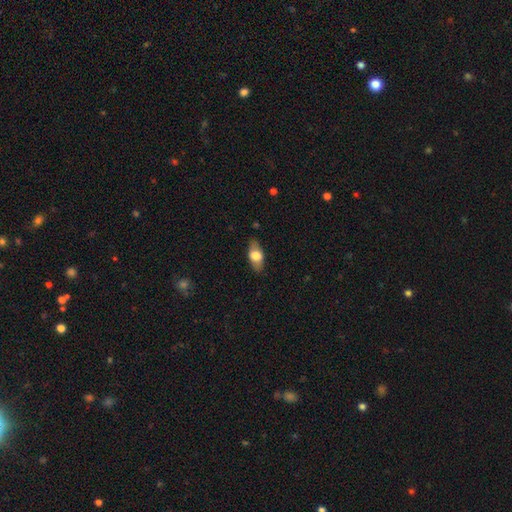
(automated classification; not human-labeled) smooth-or-featured: smooth: 67% | featured or disk: 26% | star or artifact: 7%
  how-rounded: in between: 85% | cigar-shaped: 10% | round: 6%
  merging: none: 83% | minor disturbance: 13% | major disturbance: 3% | merger: 1%